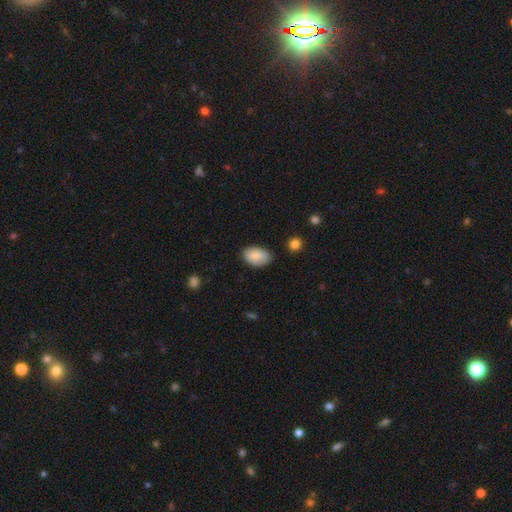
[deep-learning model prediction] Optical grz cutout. It shows a smooth galaxy with no disk features (82%) that is in between round and cigar-shaped (92%). Merging: none (77%).